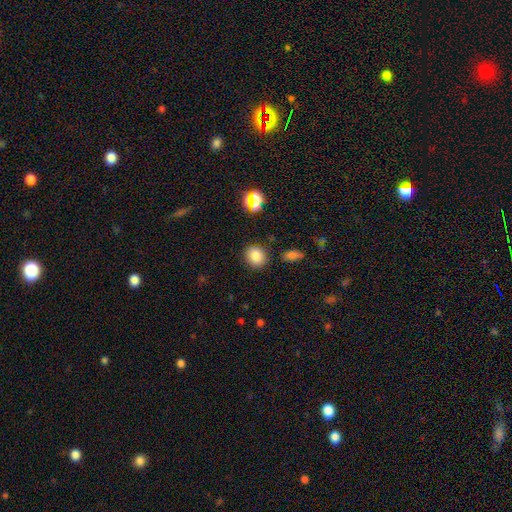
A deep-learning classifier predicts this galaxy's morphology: A smooth galaxy with no disk features (80%) that is round (75%). Merging: none (86%).